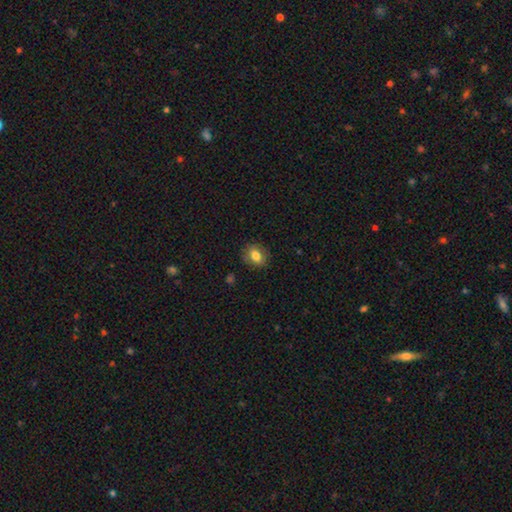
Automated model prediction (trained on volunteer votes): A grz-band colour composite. It shows a smooth galaxy with no disk features (80%) that is in between round and cigar-shaped (67%). Merging: none (82%).